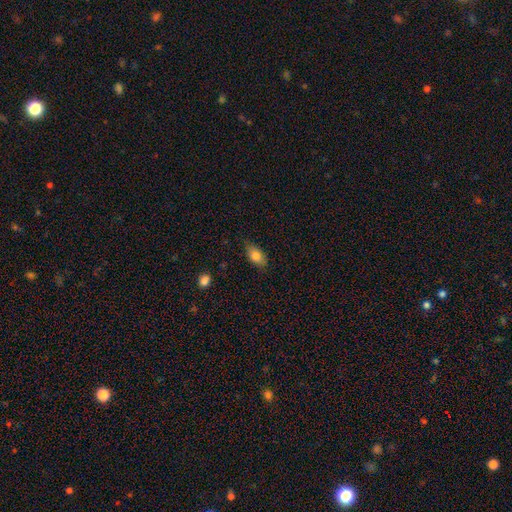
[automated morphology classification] Smooth or featured: smooth — 83% (featured or disk — 9%)
How rounded: in between — 90% (round — 6%)
Merging: none — 78% (minor disturbance — 18%)